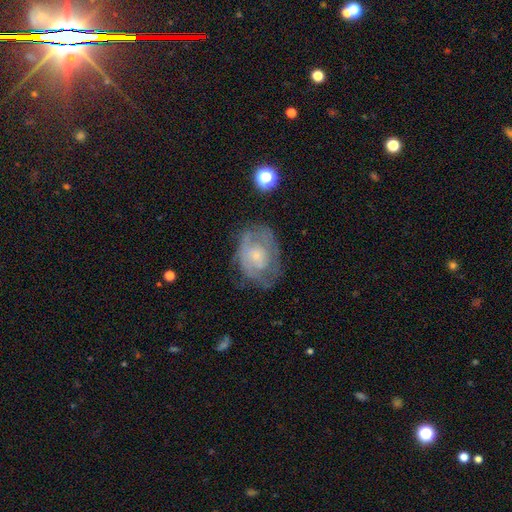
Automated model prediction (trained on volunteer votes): Morphology: type=featured or disk (66%); edge-on=no (97%); bar=no (78%); spiral arms=yes (65%); bulge=small (67%); merging=none (58%).